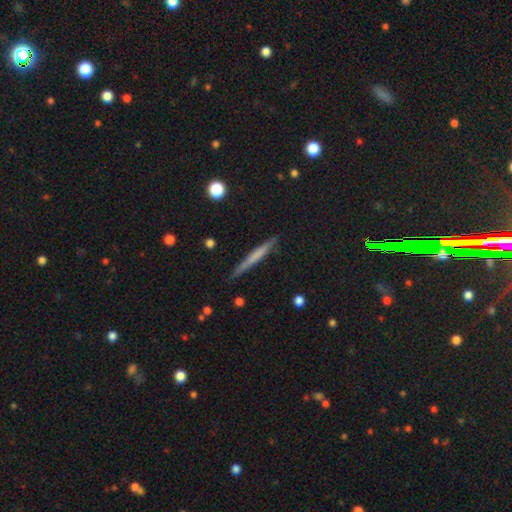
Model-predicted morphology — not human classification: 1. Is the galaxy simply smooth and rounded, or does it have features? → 50% smooth, 43% featured or disk, 7% star or artifact.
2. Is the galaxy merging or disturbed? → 87% none, 10% minor disturbance, 2% major disturbance, 2% merger.